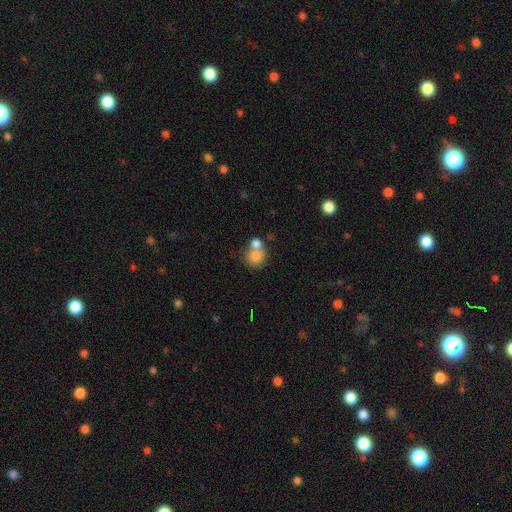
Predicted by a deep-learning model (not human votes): Q: Smooth or featured?
A: smooth (80%); runner-up: featured or disk (11%)
Q: How rounded?
A: round (82%); runner-up: in between (17%)
Q: Merging?
A: merger (46%); runner-up: none (40%)